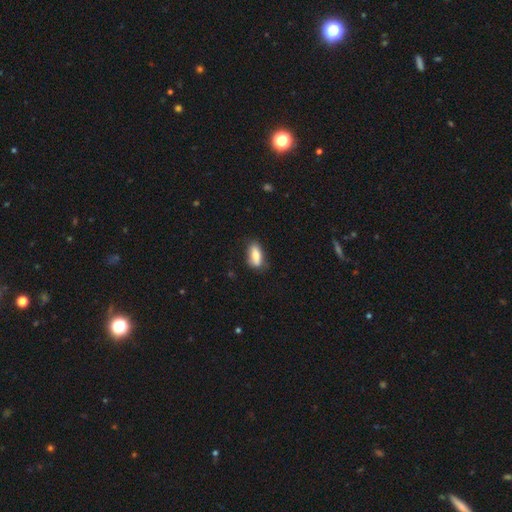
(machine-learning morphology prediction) smooth_or_featured: smooth (p=0.82) [alt: featured or disk p=0.11]
how_rounded: in between (p=0.77) [alt: cigar-shaped p=0.20]
merging: none (p=0.75) [alt: minor disturbance p=0.19]